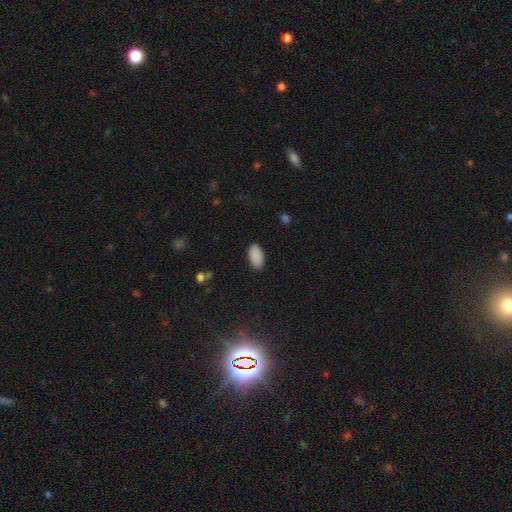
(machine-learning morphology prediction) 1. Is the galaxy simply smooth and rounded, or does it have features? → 90% smooth, 7% star or artifact, 3% featured or disk.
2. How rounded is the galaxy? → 95% in between, 3% round, 2% cigar-shaped.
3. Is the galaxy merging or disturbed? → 88% none, 9% minor disturbance, 2% major disturbance, 1% merger.